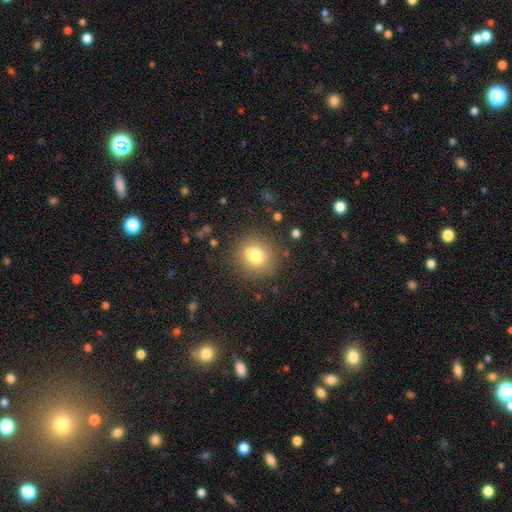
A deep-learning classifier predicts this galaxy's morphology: Smooth or featured? Predicted: smooth (p=0.73). How rounded? Predicted: round (p=0.86). Merging? Predicted: none (p=0.73).